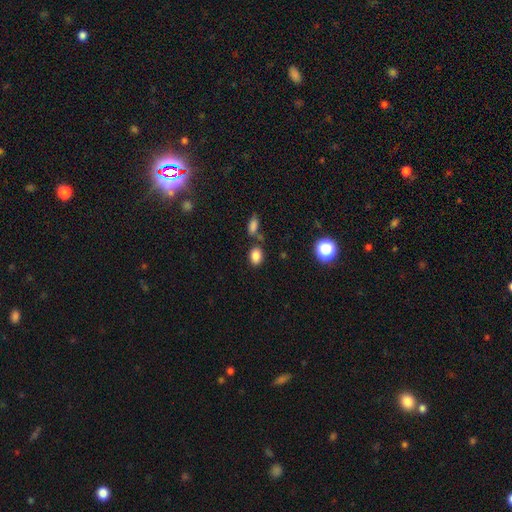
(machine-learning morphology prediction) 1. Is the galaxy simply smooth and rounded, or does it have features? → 84% smooth, 11% star or artifact, 5% featured or disk.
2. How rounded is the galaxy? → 77% in between, 21% round, 2% cigar-shaped.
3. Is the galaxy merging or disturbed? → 71% none, 13% merger, 12% minor disturbance, 4% major disturbance.